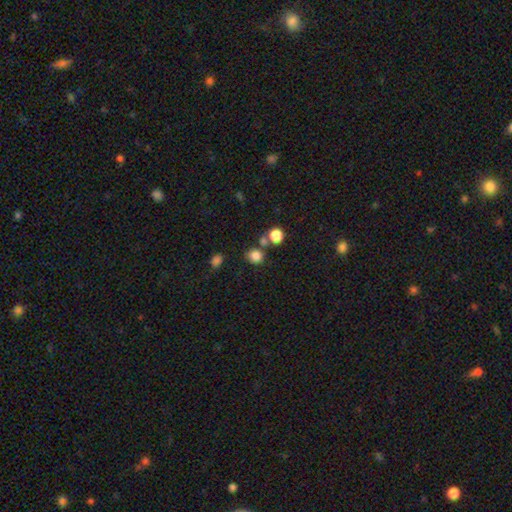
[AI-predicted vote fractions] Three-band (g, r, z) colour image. It shows a smooth galaxy with no disk features (82%) that is round (81%). Merging: none (69%).